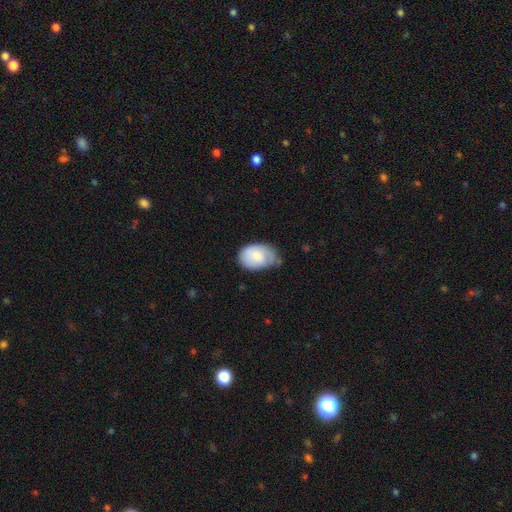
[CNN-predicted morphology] smooth-or-featured: smooth: 75% | featured or disk: 19% | star or artifact: 6%
  how-rounded: in between: 87% | round: 12% | cigar-shaped: 1%
  merging: none: 47% | minor disturbance: 39% | major disturbance: 10% | merger: 3%